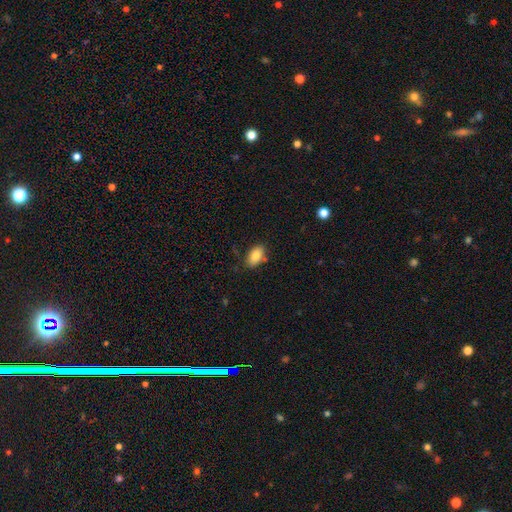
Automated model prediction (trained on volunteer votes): Overall: smooth (83%). How rounded: in between (92%). Merging: none (78%).